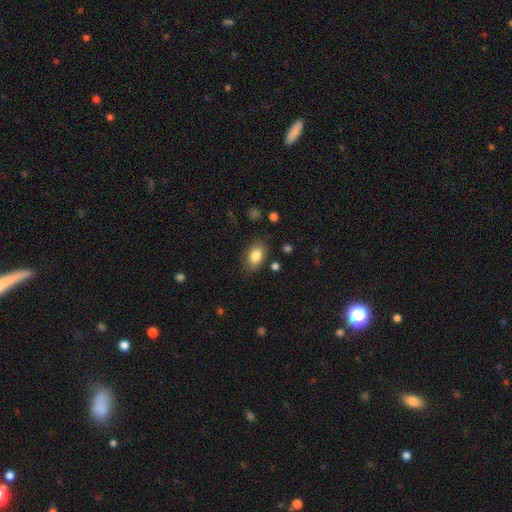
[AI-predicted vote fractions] Overall: smooth (83%). How rounded: in between (85%). Merging: none (82%).